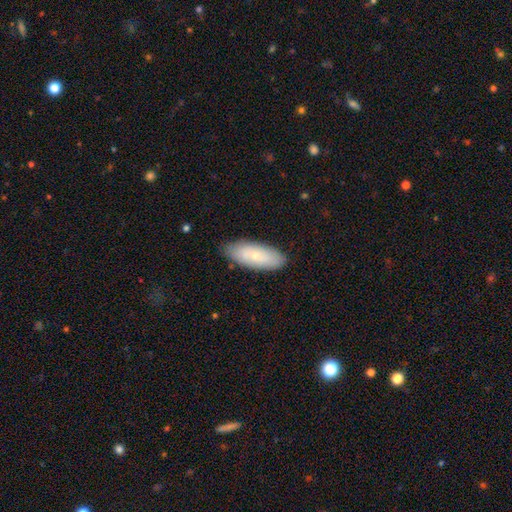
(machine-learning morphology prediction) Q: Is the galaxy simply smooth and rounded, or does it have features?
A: smooth — 68%.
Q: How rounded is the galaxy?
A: in between — 81%.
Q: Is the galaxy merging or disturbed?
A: none — 84%.